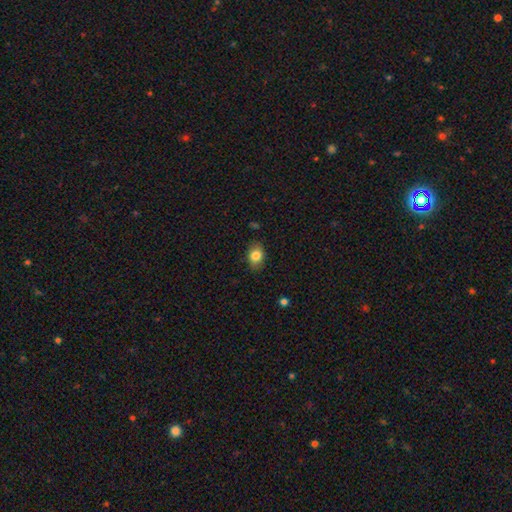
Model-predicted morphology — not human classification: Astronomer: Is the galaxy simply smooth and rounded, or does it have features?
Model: smooth — 83%.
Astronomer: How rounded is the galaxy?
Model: in between — 74%.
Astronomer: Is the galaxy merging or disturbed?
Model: none — 84%.